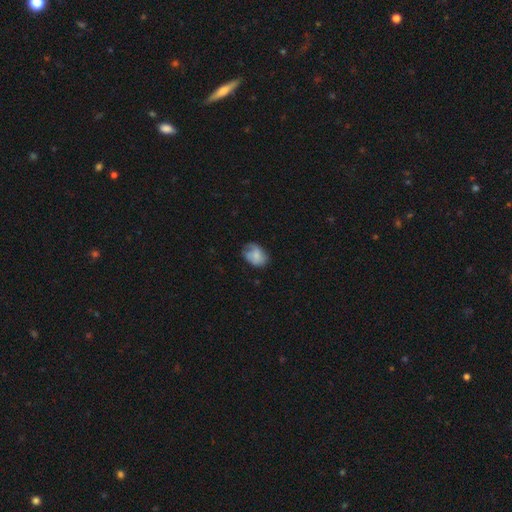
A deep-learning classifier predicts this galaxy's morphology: smooth-or-featured: smooth: 66% | featured or disk: 26% | star or artifact: 8%
  how-rounded: in between: 68% | round: 31% | cigar-shaped: 1%
  merging: none: 54% | minor disturbance: 33% | major disturbance: 12% | merger: 2%